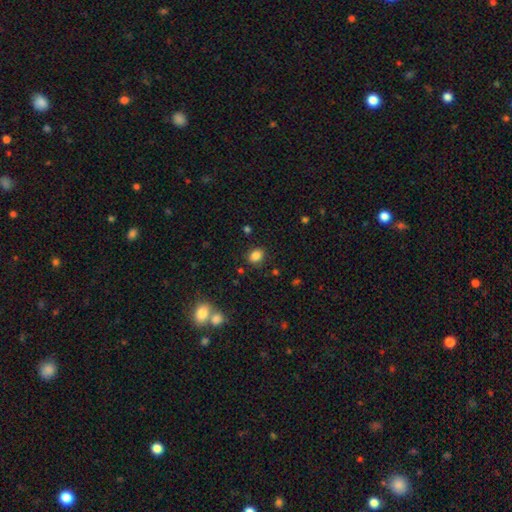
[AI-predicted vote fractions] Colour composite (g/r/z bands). It shows a smooth galaxy with no disk features (85%) that is in between round and cigar-shaped (59%). Merging: none (84%).